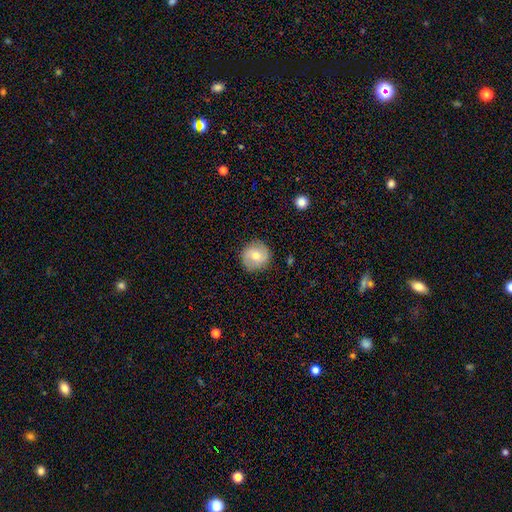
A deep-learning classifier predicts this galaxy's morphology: Smooth or featured?
  - smooth: 61% *
  - featured or disk: 31%
  - star or artifact: 8%
How rounded?
  - round: 92% *
  - in between: 7%
  - cigar-shaped: 1%
Merging?
  - none: 86% *
  - minor disturbance: 10%
  - major disturbance: 3%
  - merger: 1%